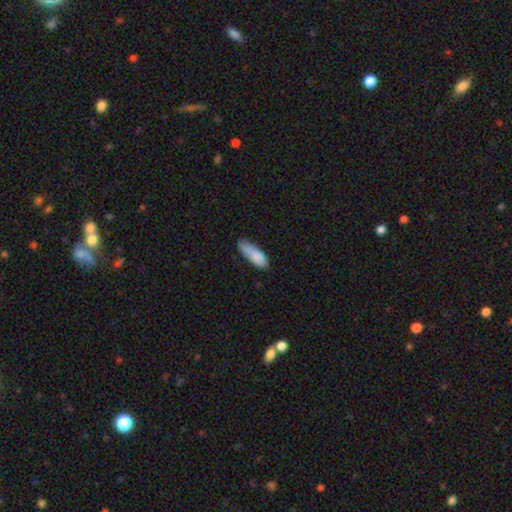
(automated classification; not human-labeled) A smooth galaxy with no disk features (83%) that is in between round and cigar-shaped (64%). Merging: none (54%).